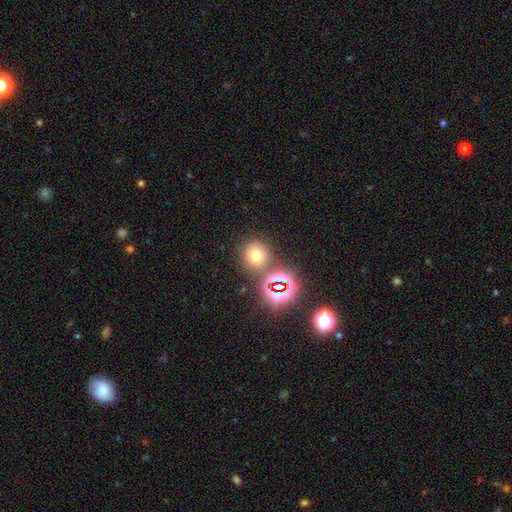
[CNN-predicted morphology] The model was most divided on "smooth or featured": smooth: 65%, star or artifact: 26%, featured or disk: 9%. More confident: how rounded — round (88%); merging — none (72%).